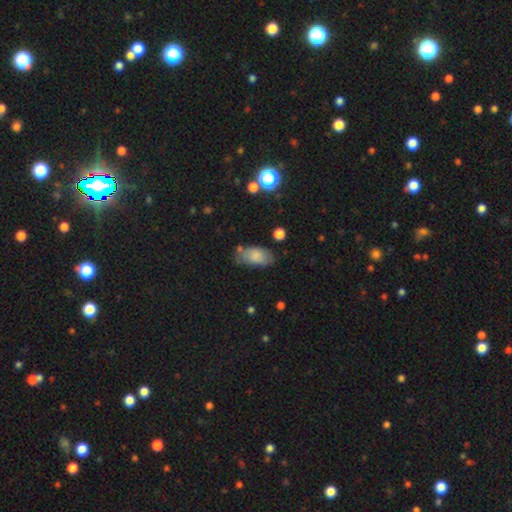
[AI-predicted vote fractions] Overall: smooth (79%). How rounded: in between (93%). Merging: none (62%; minor disturbance 26%).